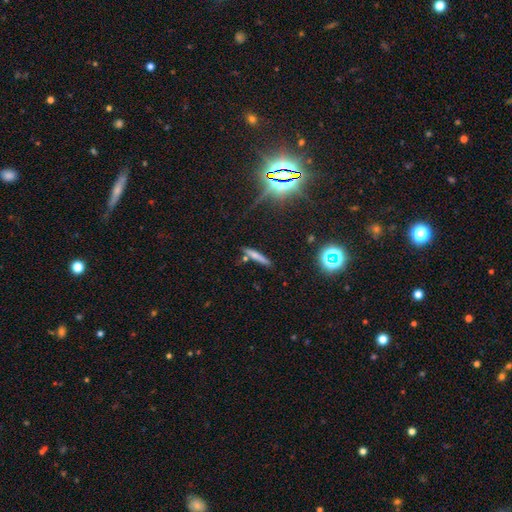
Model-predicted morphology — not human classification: This appears to be a smooth galaxy with no disk features (60%) that is cigar-shaped (90%). Merging: none (76%).